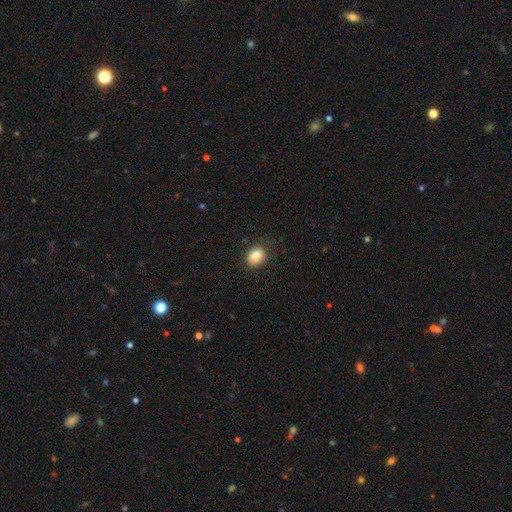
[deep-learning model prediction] smooth 85%, star or artifact 9%, featured or disk 6%. Down the decision tree: how rounded — in between (55%); merging — none (82%).